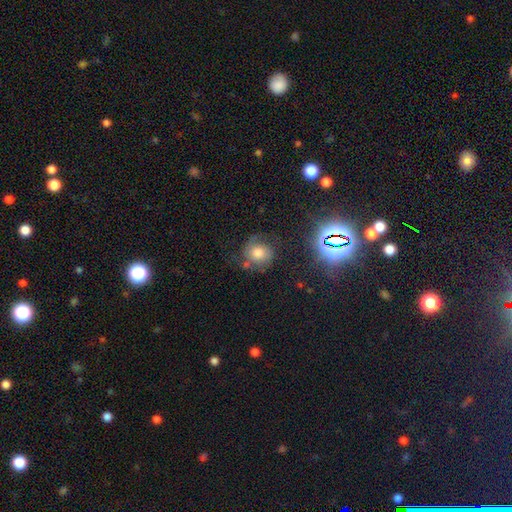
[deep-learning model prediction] This appears to be a smooth galaxy with no disk features (43%). Merging: none (61%).